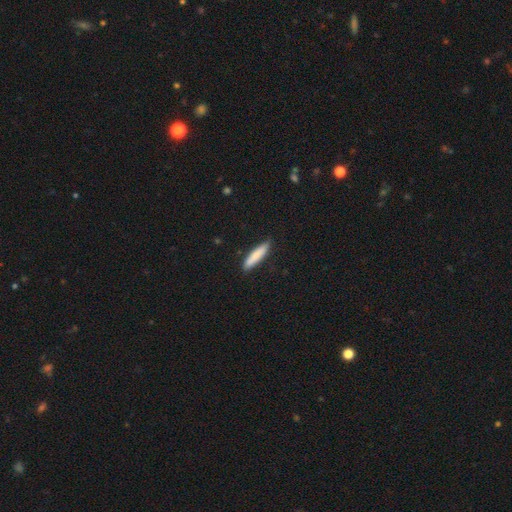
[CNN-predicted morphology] Smooth or featured? smooth (82%)
How rounded? cigar-shaped (84%)
Merging? none (87%)